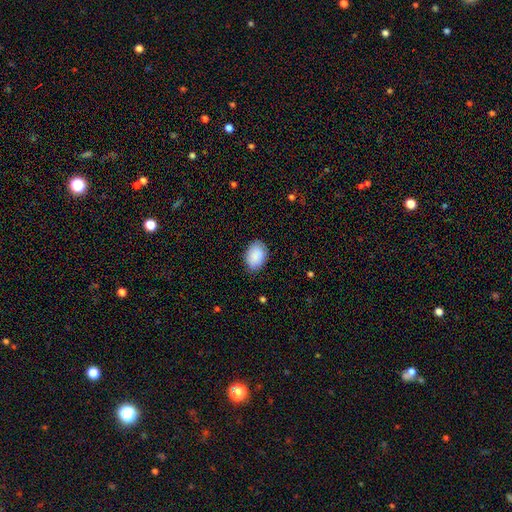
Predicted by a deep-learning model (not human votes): Smooth or featured: smooth — 89% (star or artifact — 6%)
How rounded: in between — 82% (round — 17%)
Merging: none — 82% (minor disturbance — 14%)